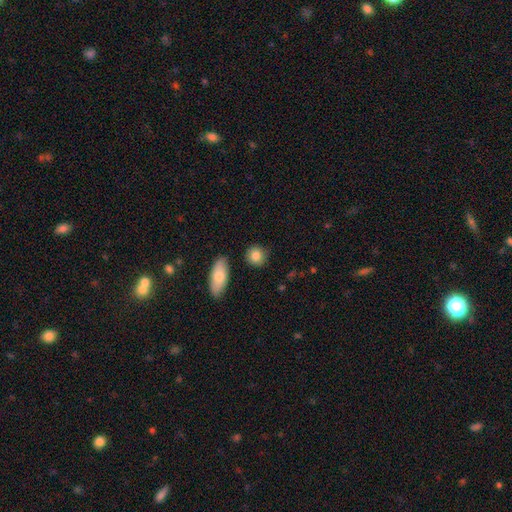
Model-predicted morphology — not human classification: This appears to be a smooth galaxy with no disk features (84%) that is round (81%). Merging: none (85%).